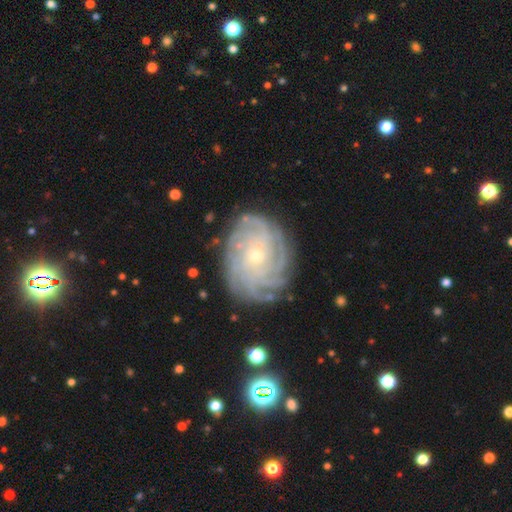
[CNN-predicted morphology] A featured or disk galaxy (85%) with no bar (79%), more than 4 (35%) tight (78%) spiral arms (96%) and a small central bulge (73%). Merging: none (81%).